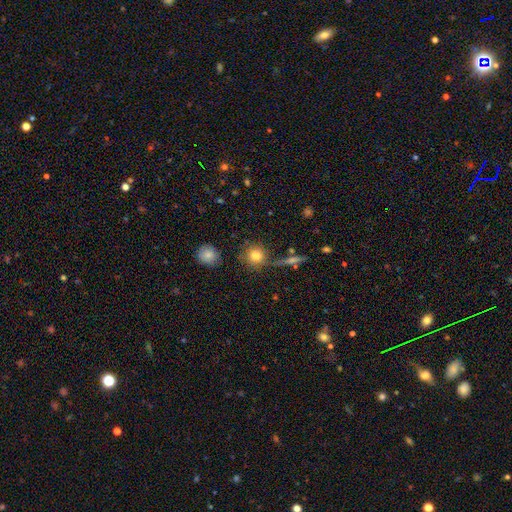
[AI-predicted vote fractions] smooth_or_featured: smooth (p=0.79) [alt: star or artifact p=0.12]
how_rounded: round (p=0.91) [alt: in between p=0.07]
merging: none (p=0.78) [alt: minor disturbance p=0.12]